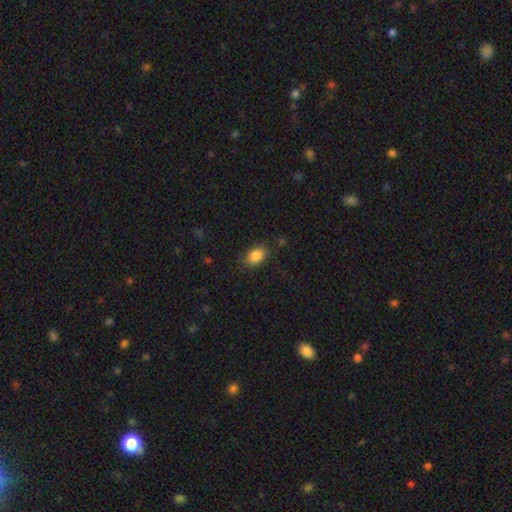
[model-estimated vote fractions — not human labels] The model was most divided on "how rounded": in between: 77%, round: 21%, cigar-shaped: 1%. More confident: smooth or featured — smooth (86%); merging — none (81%).